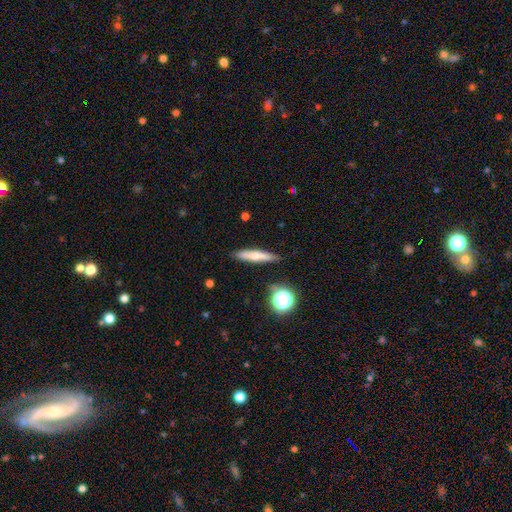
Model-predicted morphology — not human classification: type=smooth (60%); roundness=cigar-shaped (87%); merging=none (86%).